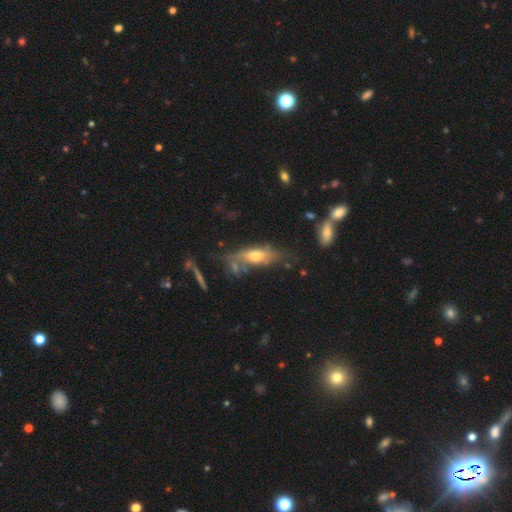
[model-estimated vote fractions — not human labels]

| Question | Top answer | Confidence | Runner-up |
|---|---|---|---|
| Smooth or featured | smooth | 47% | featured or disk (42%) |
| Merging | none | 42% | minor disturbance (25%) |